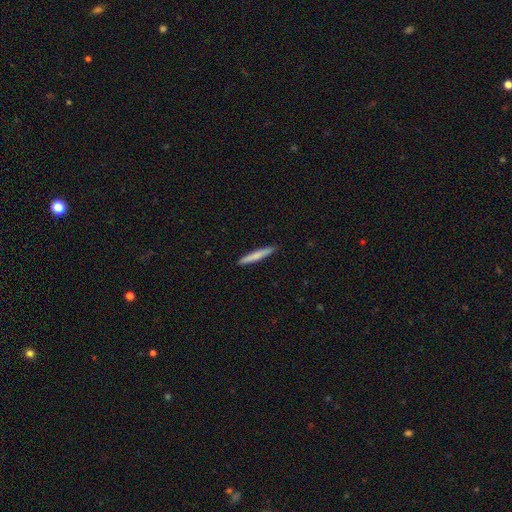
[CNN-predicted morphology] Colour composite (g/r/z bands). It shows a smooth galaxy with no disk features (73%) that is cigar-shaped (96%). Merging: none (91%).